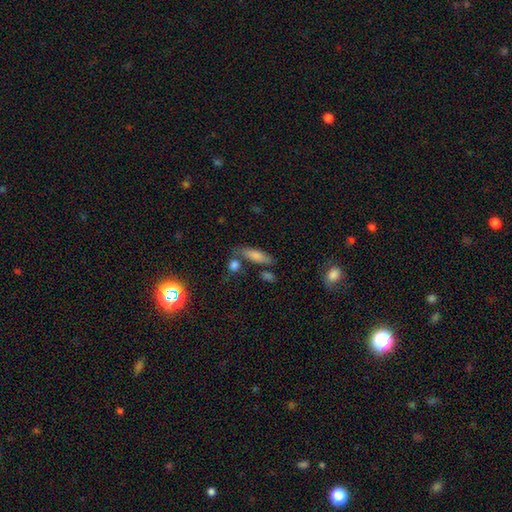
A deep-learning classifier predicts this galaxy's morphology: This appears to be a smooth galaxy with no disk features (76%) that is cigar-shaped (50%). Merging: none (67%).